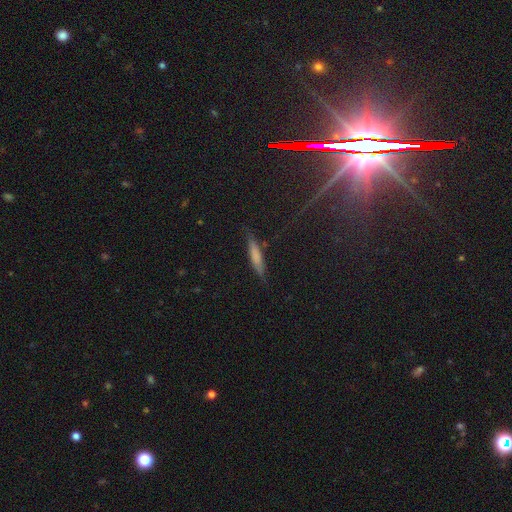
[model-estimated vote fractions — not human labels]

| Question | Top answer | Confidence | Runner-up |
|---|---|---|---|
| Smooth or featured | smooth | 63% | featured or disk (27%) |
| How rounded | cigar-shaped | 86% | in between (12%) |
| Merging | none | 78% | minor disturbance (17%) |